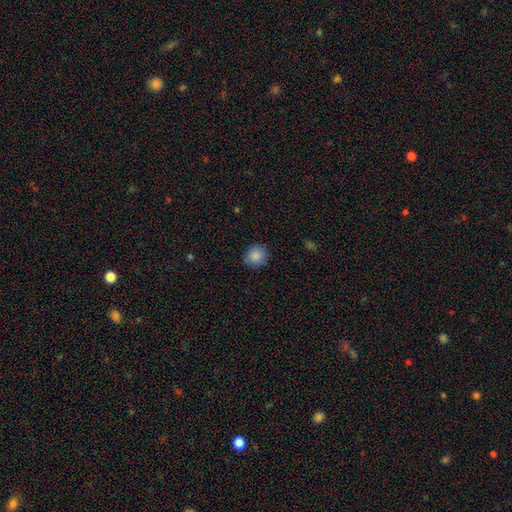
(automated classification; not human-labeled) Smooth or featured: smooth — 87% (star or artifact — 9%)
How rounded: round — 86% (in between — 13%)
Merging: none — 87% (minor disturbance — 10%)